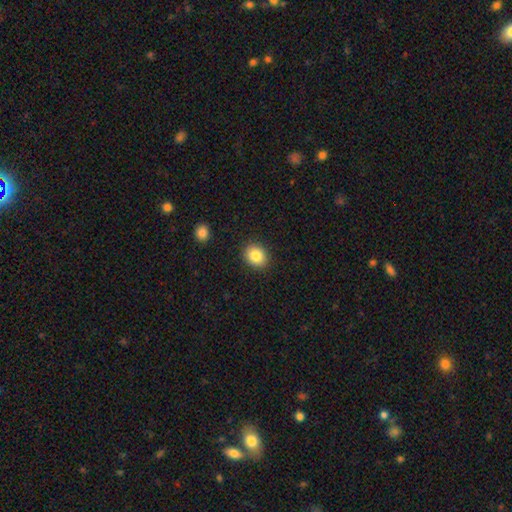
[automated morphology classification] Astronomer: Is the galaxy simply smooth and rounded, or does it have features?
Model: smooth — 84%.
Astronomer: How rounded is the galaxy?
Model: round — 61% (runner-up: in between, 38%).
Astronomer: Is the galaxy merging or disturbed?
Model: none — 90%.